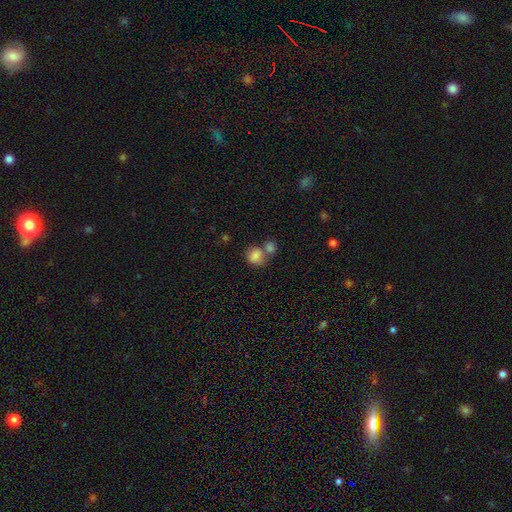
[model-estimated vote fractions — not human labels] This appears to be a smooth galaxy with no disk features (84%) that is round (75%). Merging: merger (45%).